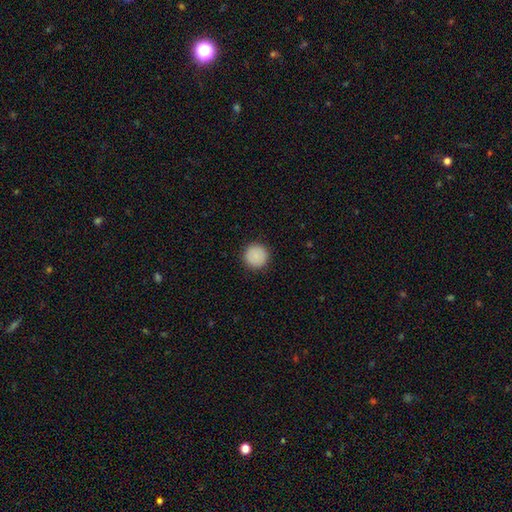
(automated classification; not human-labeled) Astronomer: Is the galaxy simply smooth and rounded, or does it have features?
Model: smooth — 88%.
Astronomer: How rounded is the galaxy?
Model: round — 96%.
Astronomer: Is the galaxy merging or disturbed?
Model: none — 92%.